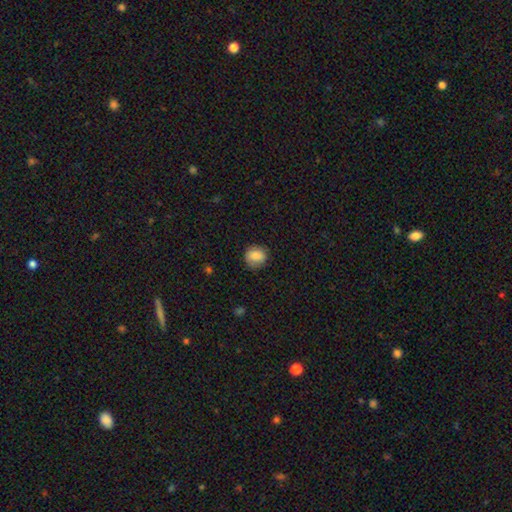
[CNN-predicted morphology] A smooth galaxy with no disk features (83%) that is round (79%). Merging: none (80%).